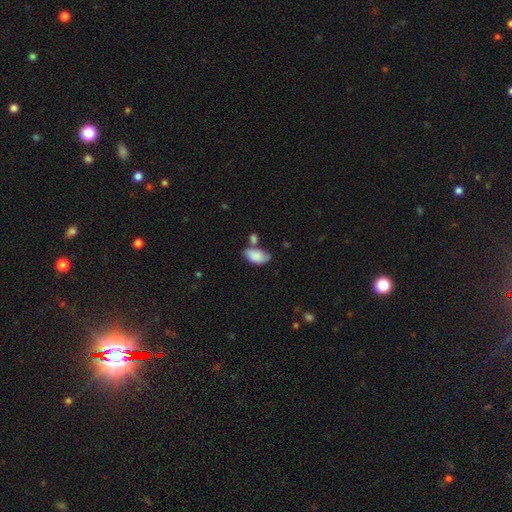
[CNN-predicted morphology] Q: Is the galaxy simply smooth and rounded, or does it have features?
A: smooth — 82%.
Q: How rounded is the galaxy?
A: in between — 94%.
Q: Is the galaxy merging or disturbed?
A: none — 41%.